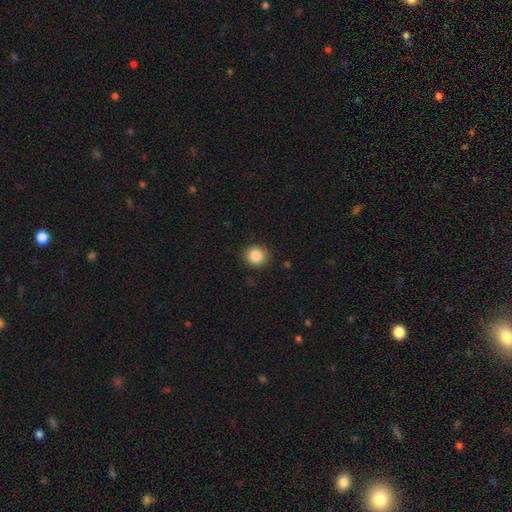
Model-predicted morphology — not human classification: This is clearly a smooth galaxy (86%). How rounded: clearly round (88%). Merging: clearly none (89%).